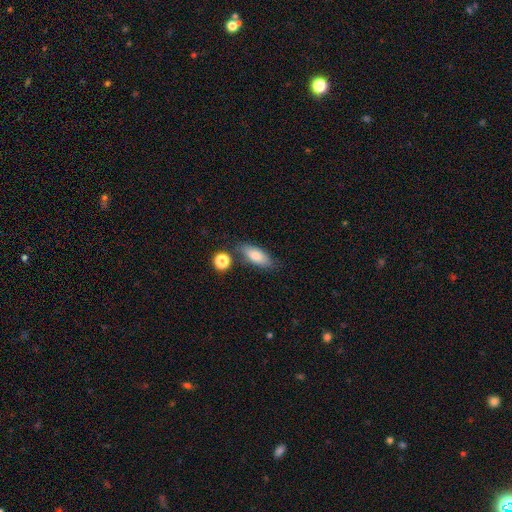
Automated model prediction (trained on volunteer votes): Morphology: type=smooth (79%); roundness=in between (76%); merging=none (69%).